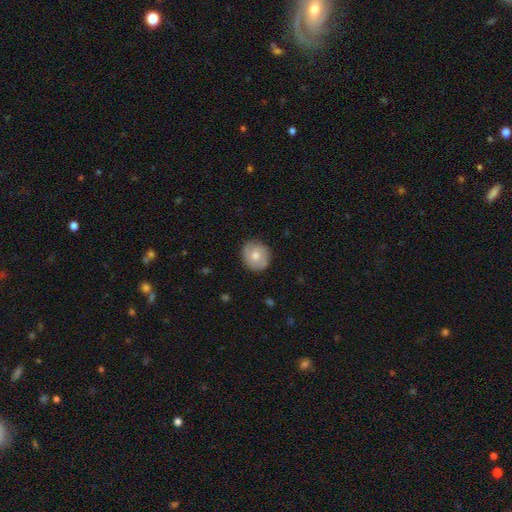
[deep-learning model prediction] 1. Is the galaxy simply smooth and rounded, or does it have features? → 70% smooth, 23% featured or disk, 7% star or artifact.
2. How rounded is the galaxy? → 83% round, 16% in between, 1% cigar-shaped.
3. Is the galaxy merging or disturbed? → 84% none, 13% minor disturbance, 3% major disturbance, 1% merger.